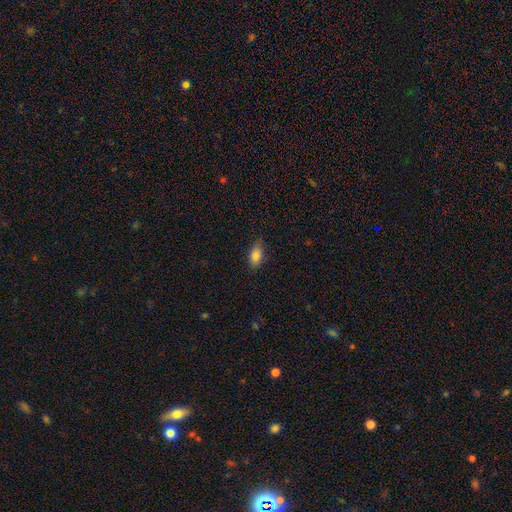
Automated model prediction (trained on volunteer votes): This appears to be a smooth galaxy with no disk features (82%) that is in between round and cigar-shaped (87%). Merging: none (78%).